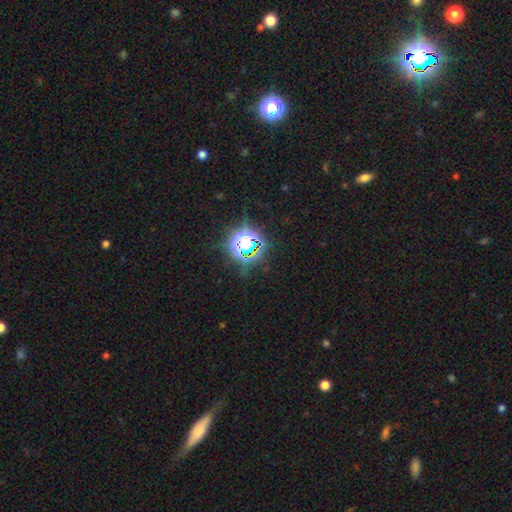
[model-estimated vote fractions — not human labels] A star or artifact, not a galaxy (79%).

Vote fractions:
- Smooth or featured? star or artifact: 79% / smooth: 14% / featured or disk: 8%